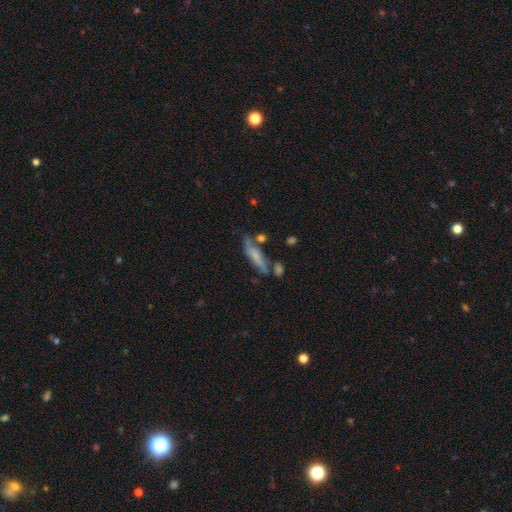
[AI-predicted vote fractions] smooth_or_featured: smooth (p=0.58) [alt: featured or disk p=0.33]
how_rounded: cigar-shaped (p=0.68) [alt: in between p=0.29]
merging: none (p=0.55) [alt: minor disturbance p=0.22]